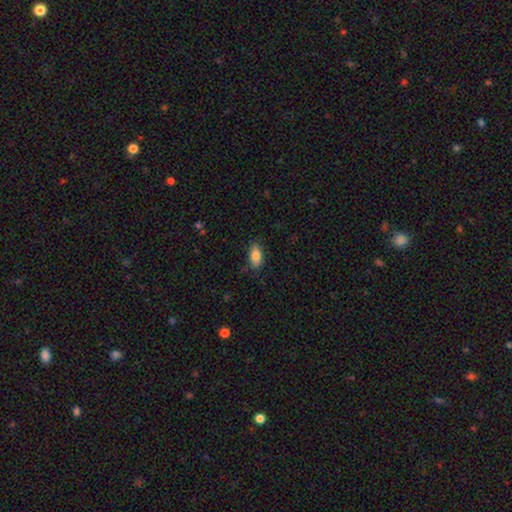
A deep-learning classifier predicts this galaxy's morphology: smooth 82%, featured or disk 11%, star or artifact 8%. Down the decision tree: how rounded — in between (89%); merging — none (80%).